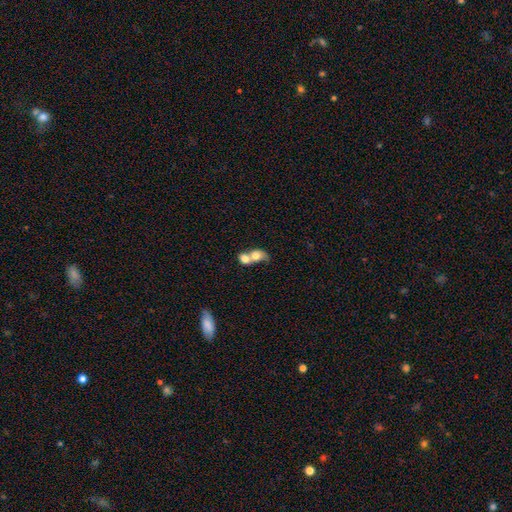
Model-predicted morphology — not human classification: smooth_or_featured: smooth (p=0.69) [alt: featured or disk p=0.23]
how_rounded: in between (p=0.56) [alt: round p=0.42]
merging: merger (p=0.82) [alt: none p=0.09]